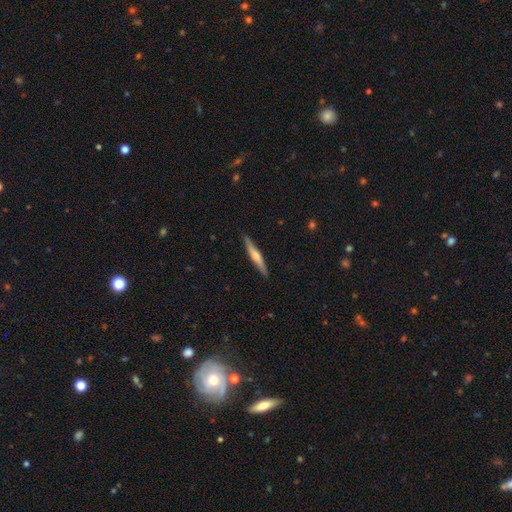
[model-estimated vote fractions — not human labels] A featured or disk galaxy (52%) viewed edge-on (95%).

Vote fractions:
- Smooth or featured? featured or disk: 52% / smooth: 43% / star or artifact: 5%
- Edge-on disk? yes: 95% / no: 5%
- Merging? none: 89% / minor disturbance: 8% / major disturbance: 2% / merger: 1%